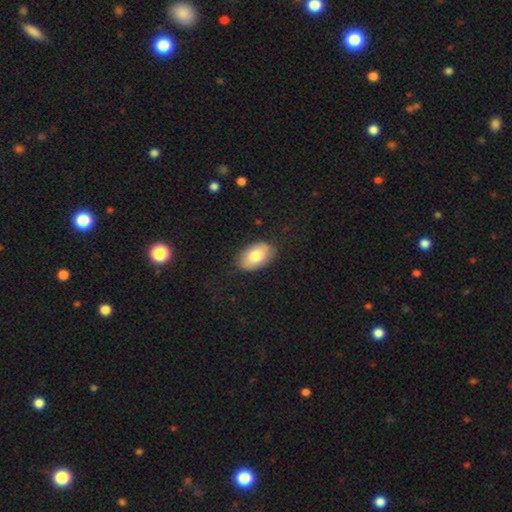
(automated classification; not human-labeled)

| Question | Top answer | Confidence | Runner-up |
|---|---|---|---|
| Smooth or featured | smooth | 78% | featured or disk (16%) |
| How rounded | in between | 92% | round (7%) |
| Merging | none | 84% | minor disturbance (13%) |